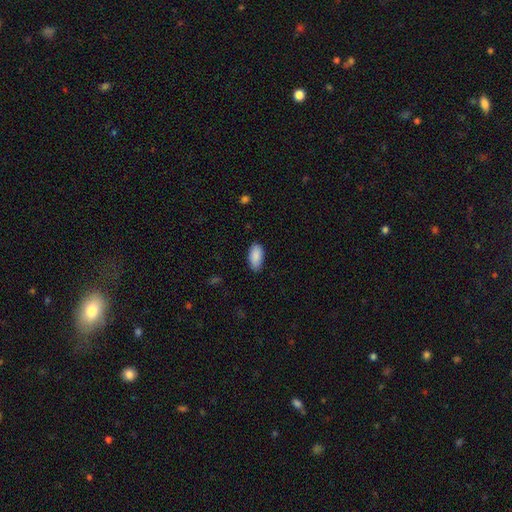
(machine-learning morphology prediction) Smooth or featured? smooth (90%)
How rounded? in between (93%)
Merging? none (83%)